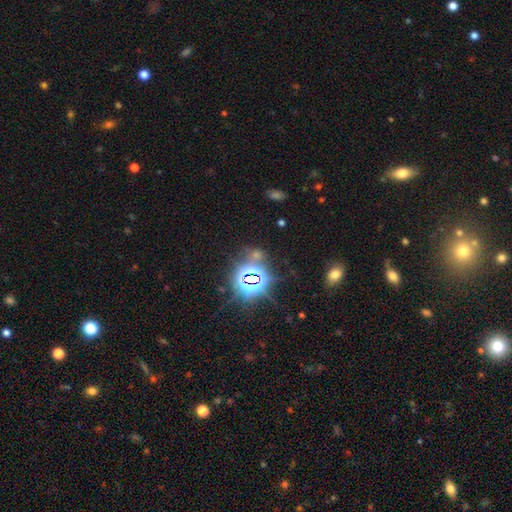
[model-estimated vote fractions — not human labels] Smooth or featured?
  - star or artifact: 77% *
  - smooth: 15%
  - featured or disk: 8%